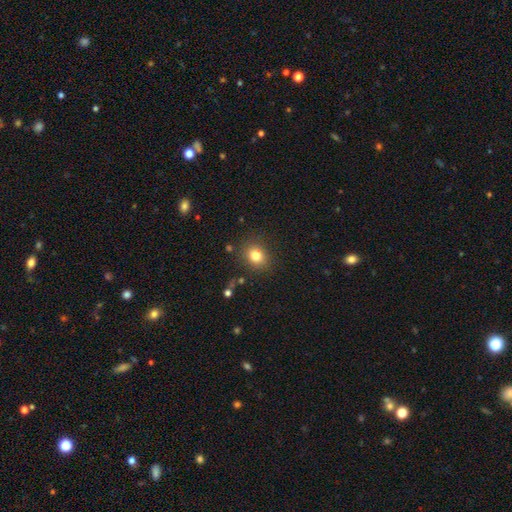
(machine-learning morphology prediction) smooth_or_featured: smooth (p=0.80) [alt: star or artifact p=0.13]
how_rounded: round (p=0.67) [alt: in between p=0.32]
merging: none (p=0.83) [alt: minor disturbance p=0.11]